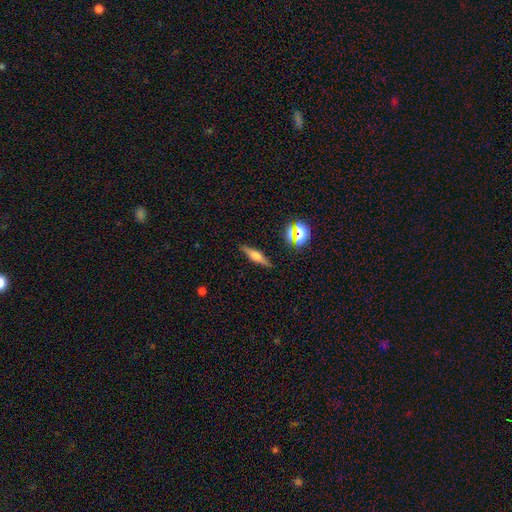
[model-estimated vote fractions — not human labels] Overall: featured or disk (54%; smooth 34%). Edge-on disk: yes (95%). Edge-on bulge: rounded (81%). Merging: none (87%).